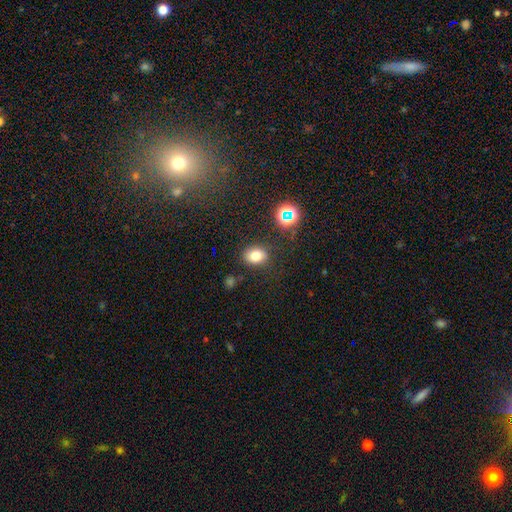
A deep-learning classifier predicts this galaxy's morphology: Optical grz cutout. It shows a smooth galaxy with no disk features (76%) that is in between round and cigar-shaped (58%). Merging: none (80%).